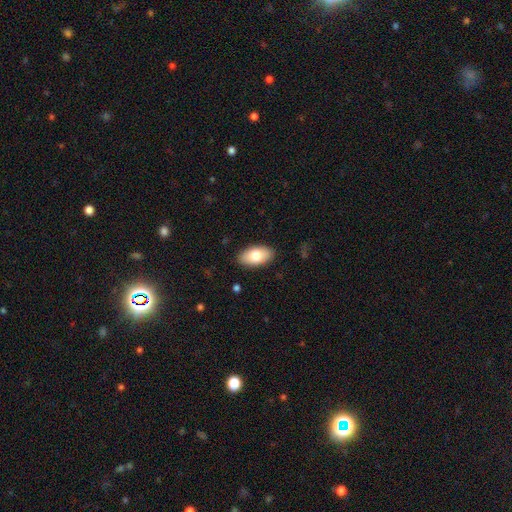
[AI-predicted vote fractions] The model was most divided on "smooth or featured": smooth: 78%, featured or disk: 16%, star or artifact: 6%. More confident: how rounded — in between (95%); merging — none (89%).